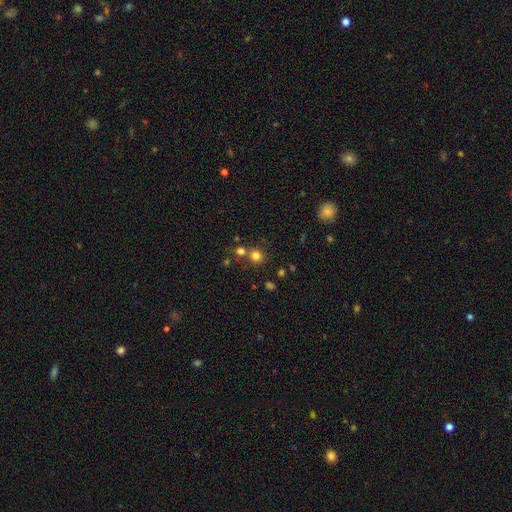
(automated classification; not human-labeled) smooth_or_featured: smooth (p=0.78) [alt: star or artifact p=0.16]
how_rounded: round (p=0.90) [alt: in between p=0.09]
merging: none (p=0.69) [alt: merger p=0.20]